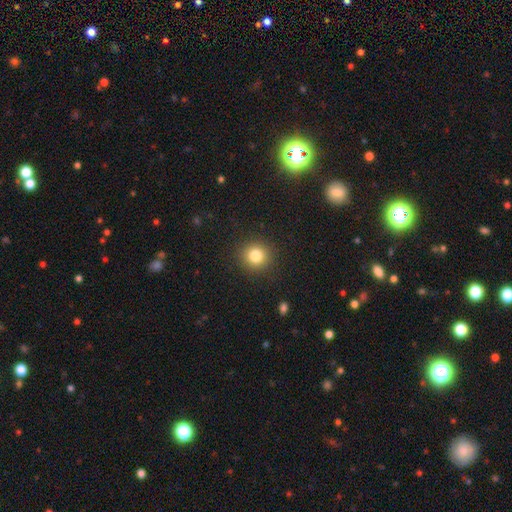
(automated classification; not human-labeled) smooth-or-featured: smooth: 81% | star or artifact: 12% | featured or disk: 7%
  how-rounded: round: 91% | in between: 8% | cigar-shaped: 1%
  merging: none: 90% | minor disturbance: 6% | major disturbance: 2% | merger: 1%